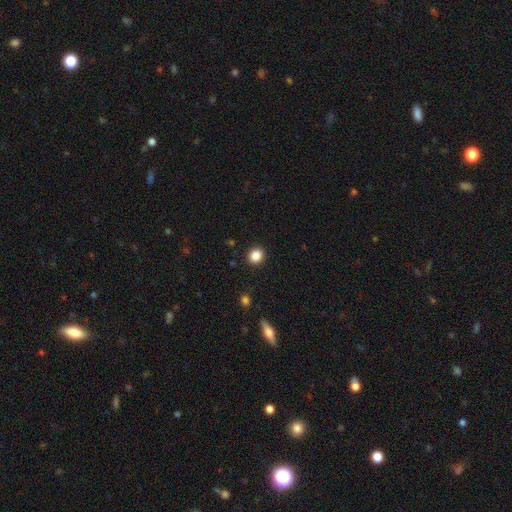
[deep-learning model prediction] Q: Smooth or featured?
A: smooth (86%); runner-up: star or artifact (10%)
Q: How rounded?
A: round (80%); runner-up: in between (19%)
Q: Merging?
A: none (91%); runner-up: minor disturbance (6%)